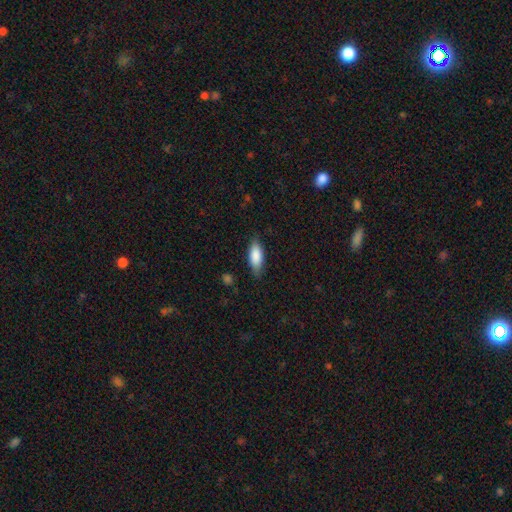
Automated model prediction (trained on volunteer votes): Smooth or featured? smooth (84%)
How rounded? in between (81%)
Merging? none (78%)